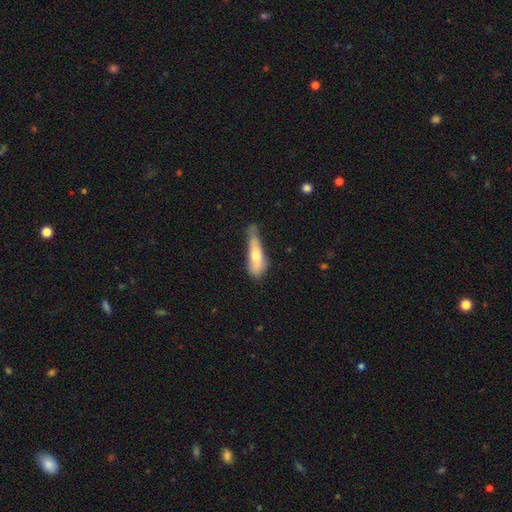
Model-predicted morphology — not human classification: A smooth galaxy with no disk features (64%) that is cigar-shaped (63%). Merging: minor disturbance (40%).